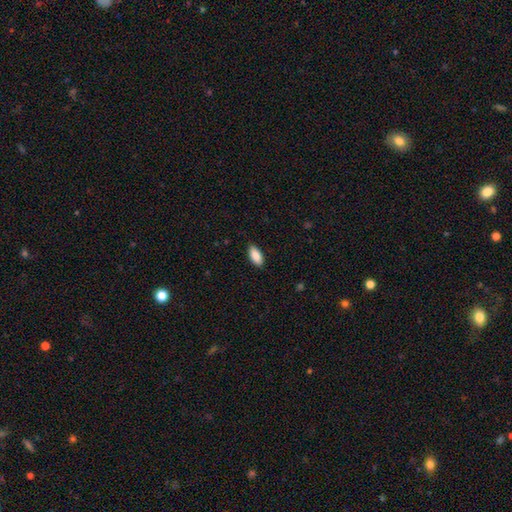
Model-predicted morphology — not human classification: The model was most divided on "how rounded": in between: 87%, cigar-shaped: 11%, round: 2%. More confident: merging — none (88%); smooth or featured — smooth (88%).